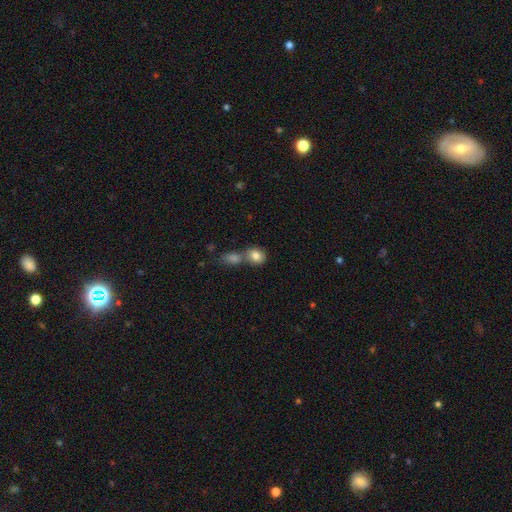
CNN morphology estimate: Smooth or featured: smooth — 82% (star or artifact — 9%)
How rounded: round — 64% (in between — 35%)
Merging: merger — 51% (none — 38%)